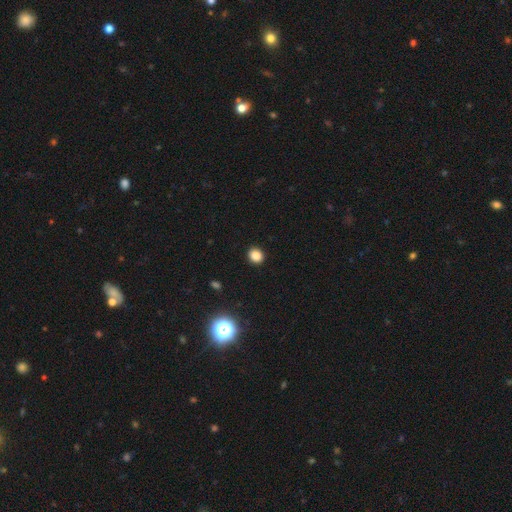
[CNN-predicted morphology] smooth 85%, star or artifact 12%, featured or disk 3%. Down the decision tree: how rounded — round (76%); merging — none (91%).